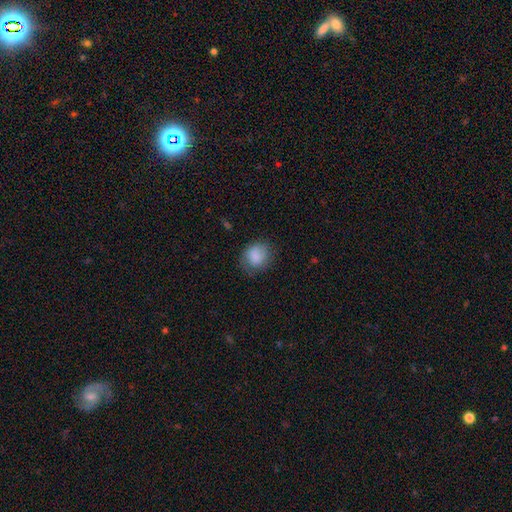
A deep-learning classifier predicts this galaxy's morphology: Smooth or featured? Predicted: smooth (p=0.85). How rounded? Predicted: round (p=0.64). Merging? Predicted: none (p=0.70).